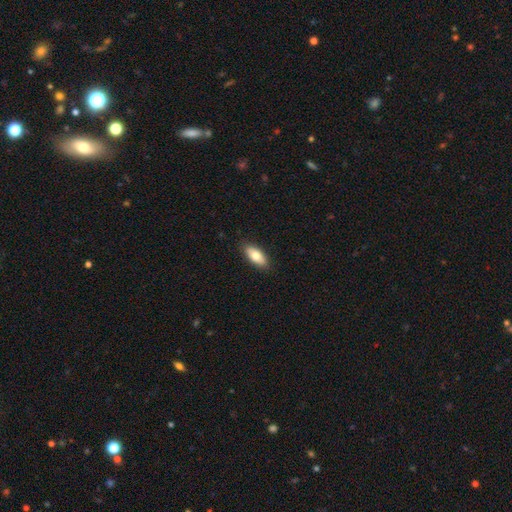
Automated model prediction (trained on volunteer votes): Morphology: type=smooth (78%); roundness=in between (85%); merging=none (88%).